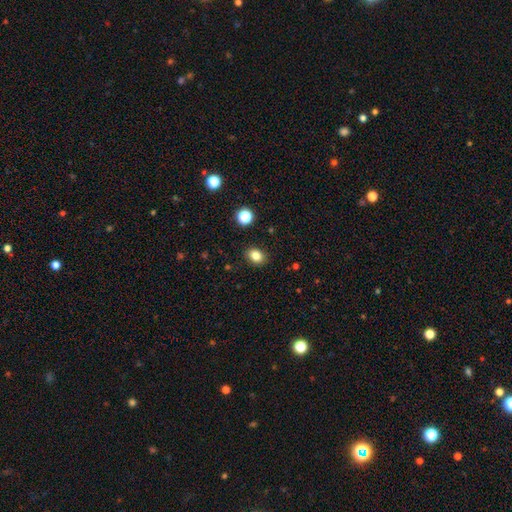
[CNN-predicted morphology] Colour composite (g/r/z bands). It shows a smooth galaxy with no disk features (83%) that is in between round and cigar-shaped (58%). Merging: none (88%).